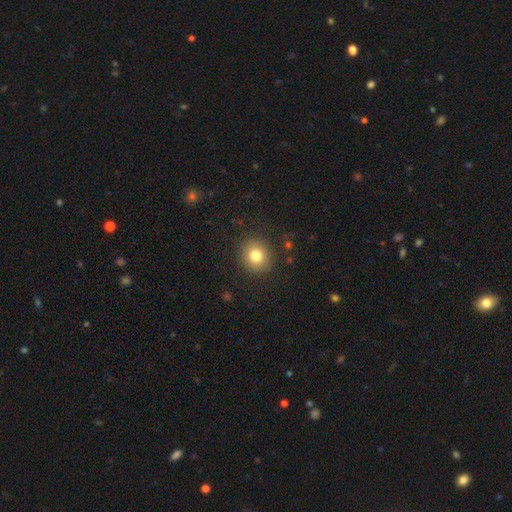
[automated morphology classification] smooth 80%, star or artifact 11%, featured or disk 9%. Down the decision tree: how rounded — round (84%); merging — none (89%).